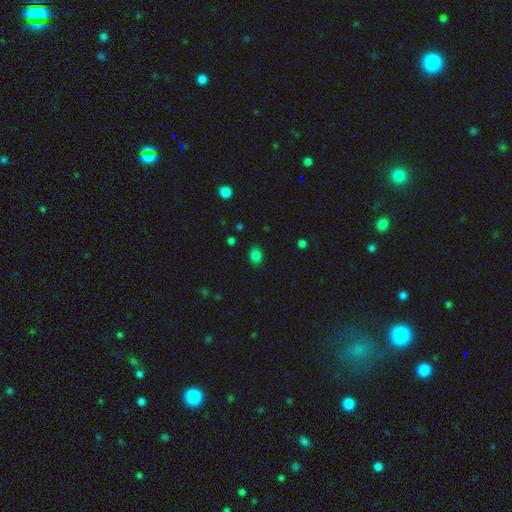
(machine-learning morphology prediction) Smooth or featured? Predicted: smooth (p=0.80). How rounded? Predicted: round (p=0.58). Merging? Predicted: none (p=0.82).